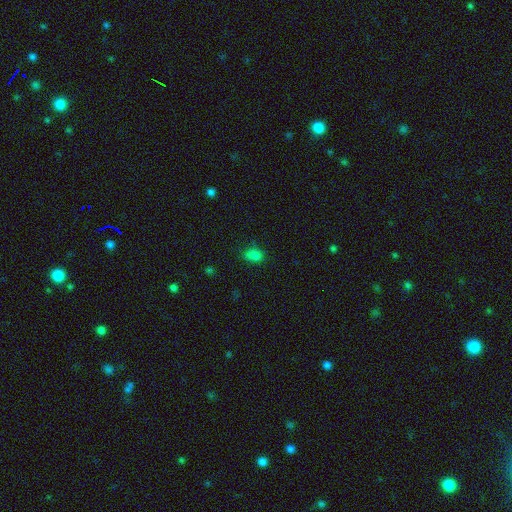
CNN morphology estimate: Smooth or featured?
  - smooth: 76% *
  - star or artifact: 17%
  - featured or disk: 7%
How rounded?
  - in between: 69% *
  - round: 29%
  - cigar-shaped: 2%
Merging?
  - none: 62% *
  - minor disturbance: 26%
  - major disturbance: 7%
  - merger: 5%